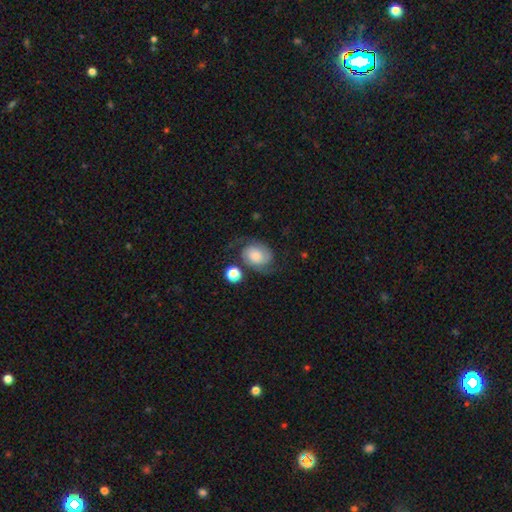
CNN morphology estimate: featured or disk 63%, smooth 27%, star or artifact 9%. Down the decision tree: edge-on disk — no (98%); bar — no (74%); spiral arms — yes (93%); spiral arm count — 2 (88%); spiral winding — medium (44%); bulge size — small (28%); merging — none (59%).